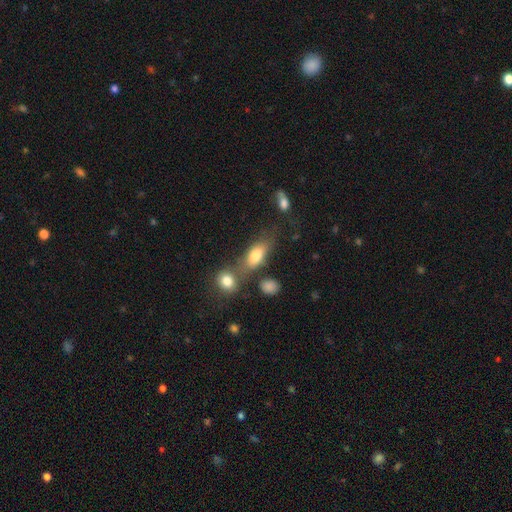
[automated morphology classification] Smooth or featured? Predicted: smooth (p=0.76). How rounded? Predicted: in between (p=0.77). Merging? Predicted: none (p=0.48).